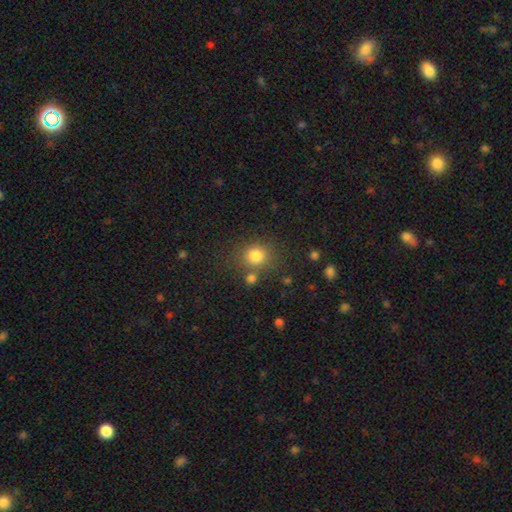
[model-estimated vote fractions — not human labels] smooth 80%, star or artifact 13%, featured or disk 6%. Down the decision tree: how rounded — round (84%); merging — none (74%).